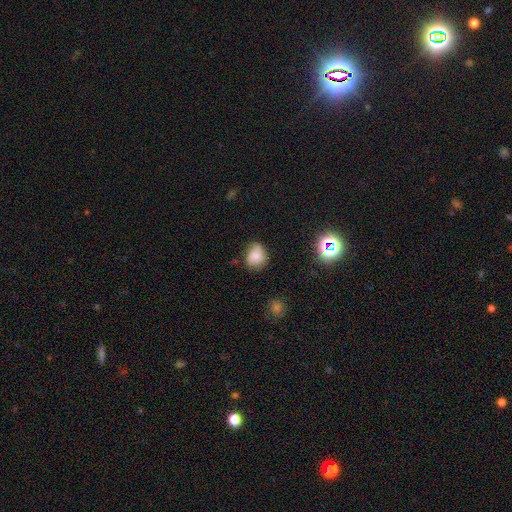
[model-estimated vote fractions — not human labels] This appears to be a smooth galaxy with no disk features (68%) that is round (65%). Merging: none (61%).